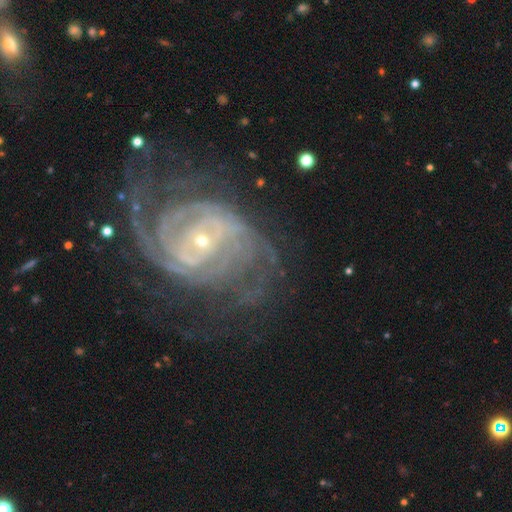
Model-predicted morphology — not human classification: featured or disk 89%, star or artifact 7%, smooth 4%. Down the decision tree: edge-on disk — no (97%); bar — no (43%); spiral arms — yes (97%); spiral arm count — 2 (32%); spiral winding — tight (64%); bulge size — small (75%); merging — none (67%).